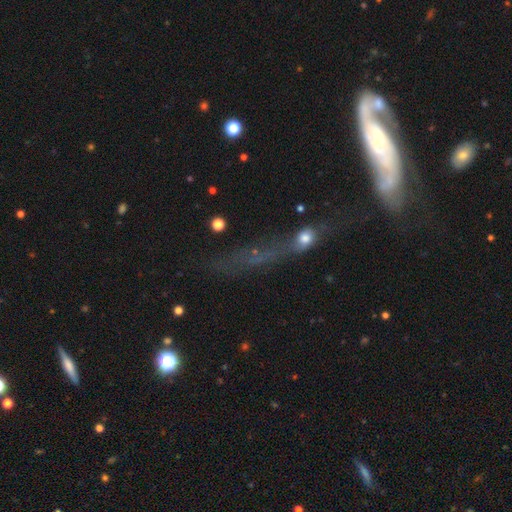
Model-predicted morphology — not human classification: smooth_or_featured: featured or disk (p=0.51) [alt: smooth p=0.25]
disk_edge_on: no (p=0.58) [alt: yes p=0.42]
merging: none (p=0.43) [alt: major disturbance p=0.22]